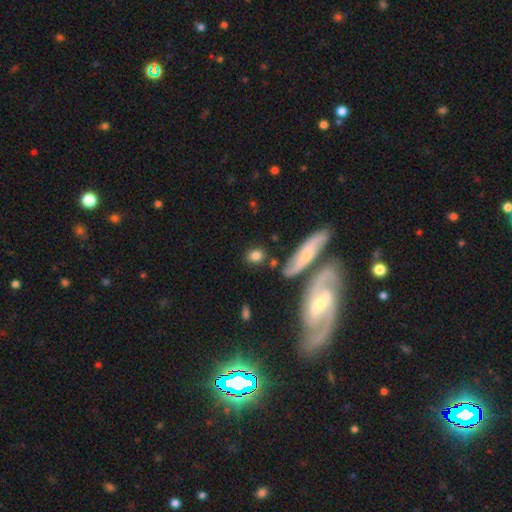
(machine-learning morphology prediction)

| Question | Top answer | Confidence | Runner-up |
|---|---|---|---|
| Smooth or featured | smooth | 79% | featured or disk (13%) |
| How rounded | round | 53% | in between (41%) |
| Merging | none | 76% | minor disturbance (12%) |